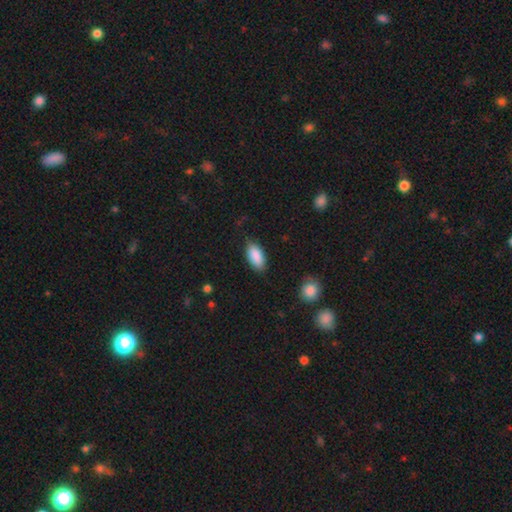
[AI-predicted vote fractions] Smooth or featured? smooth (89%)
How rounded? in between (92%)
Merging? none (80%)